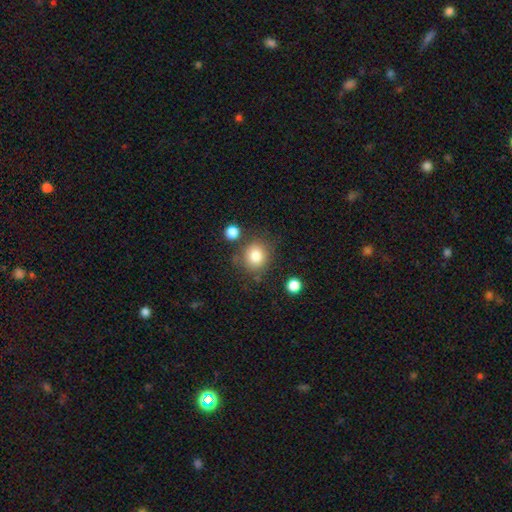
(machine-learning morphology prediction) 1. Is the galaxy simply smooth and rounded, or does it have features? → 82% smooth, 10% star or artifact, 8% featured or disk.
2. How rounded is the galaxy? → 78% round, 21% in between, 1% cigar-shaped.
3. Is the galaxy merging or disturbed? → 75% none, 13% minor disturbance, 7% merger, 5% major disturbance.